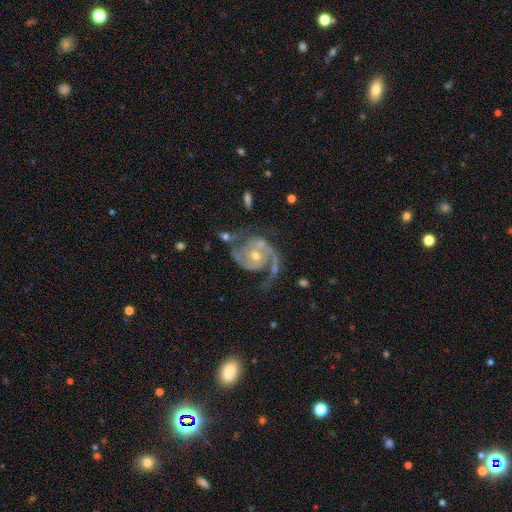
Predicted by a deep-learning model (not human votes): Smooth or featured? Predicted: featured or disk (p=0.91). Edge-on disk? Predicted: no (p=0.98). Bar? Predicted: no (p=0.67). Spiral arms? Predicted: yes (p=0.98). Spiral winding? Predicted: medium (p=0.52). Spiral arm count? Predicted: 2 (p=0.87). Bulge size? Predicted: moderate (p=0.52). Merging? Predicted: none (p=0.64).